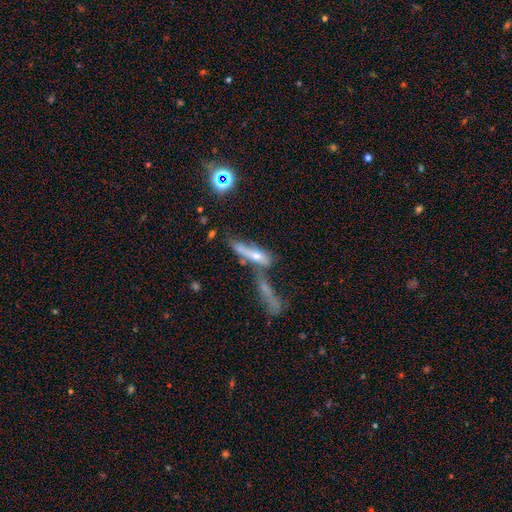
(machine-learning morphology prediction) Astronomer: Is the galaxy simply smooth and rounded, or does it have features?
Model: smooth — 44%, tied with featured or disk at 44%.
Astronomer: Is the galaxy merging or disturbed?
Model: merger — 49% (runner-up: none, 24%).